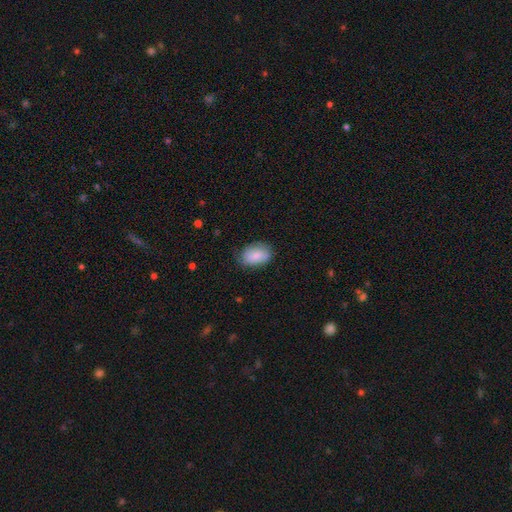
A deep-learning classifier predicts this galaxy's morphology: Smooth or featured: smooth — 81% (featured or disk — 12%)
How rounded: in between — 85% (round — 14%)
Merging: none — 69% (minor disturbance — 24%)